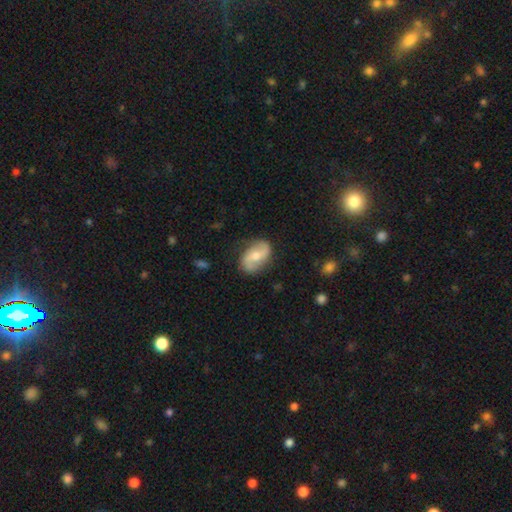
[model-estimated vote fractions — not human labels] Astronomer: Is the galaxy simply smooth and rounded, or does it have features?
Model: featured or disk — 68%.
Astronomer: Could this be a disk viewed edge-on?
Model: no — 97%.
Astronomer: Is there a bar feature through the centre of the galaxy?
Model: no — 47% (runner-up: weak, 42%).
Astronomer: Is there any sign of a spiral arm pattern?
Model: yes — 91%.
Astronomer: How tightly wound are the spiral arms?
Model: loose — 51% (runner-up: medium, 36%).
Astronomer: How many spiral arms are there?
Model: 2 — 91%.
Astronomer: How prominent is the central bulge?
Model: moderate — 62%.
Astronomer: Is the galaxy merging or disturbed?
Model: none — 80%.